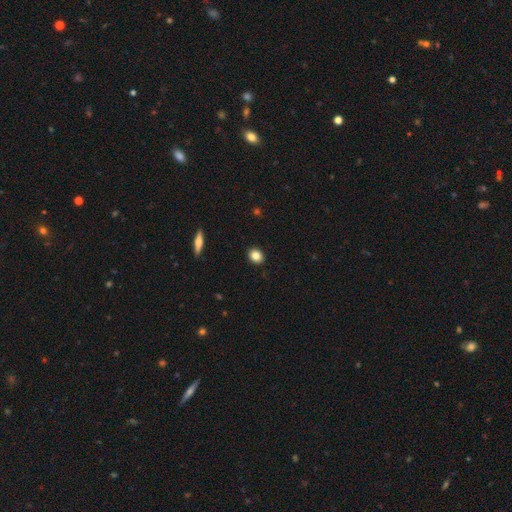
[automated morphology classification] smooth 85%, star or artifact 9%, featured or disk 6%. Down the decision tree: how rounded — round (56%); merging — none (91%).